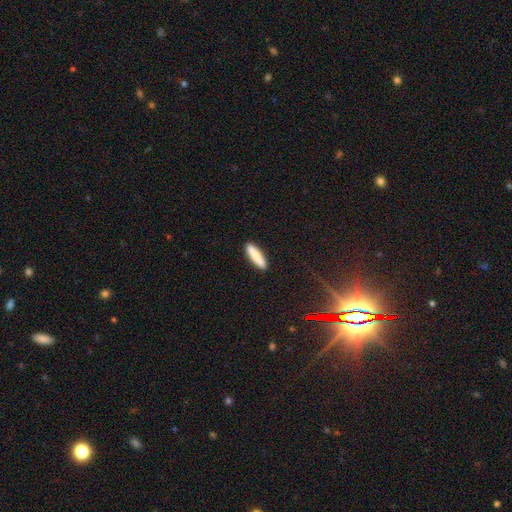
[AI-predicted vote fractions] This is clearly a smooth galaxy (85%). How rounded: clearly cigar-shaped (81%). Merging: clearly none (91%).